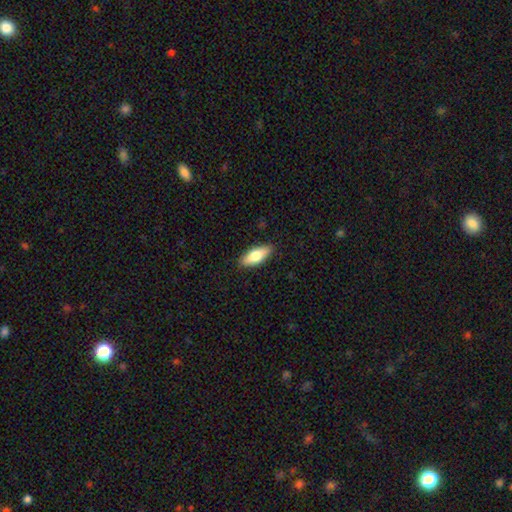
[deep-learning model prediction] Q: Smooth or featured?
A: smooth (74%); runner-up: featured or disk (20%)
Q: How rounded?
A: in between (75%); runner-up: cigar-shaped (22%)
Q: Merging?
A: none (89%); runner-up: minor disturbance (9%)